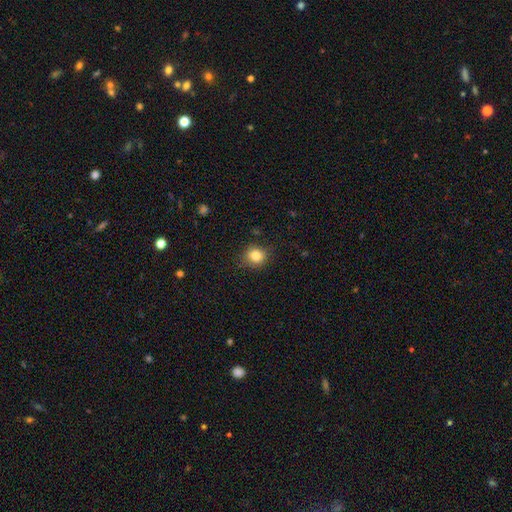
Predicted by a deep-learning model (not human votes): Smooth or featured?
  - smooth: 83% *
  - star or artifact: 11%
  - featured or disk: 6%
How rounded?
  - round: 81% *
  - in between: 18%
  - cigar-shaped: 1%
Merging?
  - none: 85% *
  - minor disturbance: 11%
  - major disturbance: 3%
  - merger: 1%